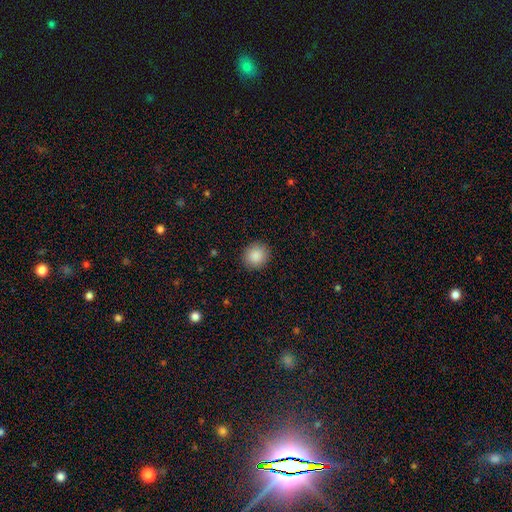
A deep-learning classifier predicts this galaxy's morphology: type=smooth (88%); roundness=round (86%); merging=none (91%).